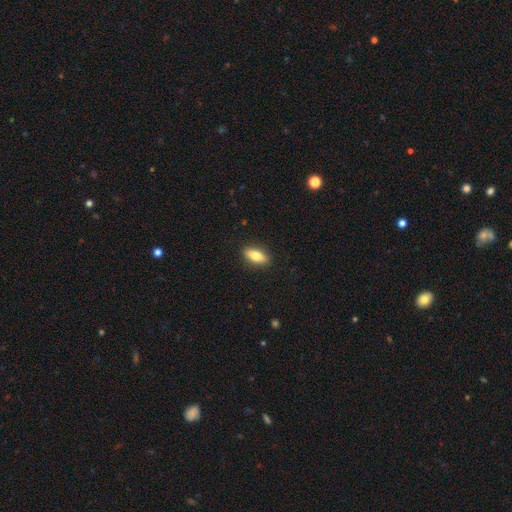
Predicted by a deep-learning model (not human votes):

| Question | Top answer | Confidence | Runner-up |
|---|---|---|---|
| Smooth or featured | smooth | 76% | featured or disk (17%) |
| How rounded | in between | 77% | cigar-shaped (20%) |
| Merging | none | 89% | minor disturbance (8%) |